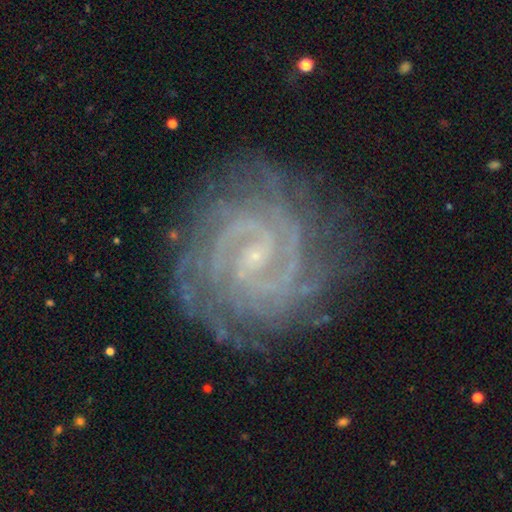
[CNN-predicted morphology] Smooth or featured?
  - featured or disk: 91% *
  - star or artifact: 5%
  - smooth: 3%
Edge-on disk?
  - no: 98% *
  - yes: 2%
Bar?
  - weak: 49% *
  - no: 29%
  - strong: 22%
Spiral arms?
  - yes: 99% *
  - no: 1%
Spiral winding?
  - tight: 78% *
  - medium: 19%
  - loose: 3%
Spiral arm count?
  - 2: 52% *
  - 3: 13%
  - can't tell: 12%
  - 4: 10%
  - more than 4: 7%
  - 1: 6%
Bulge size?
  - small: 83% *
  - moderate: 9%
  - none: 7%
  - large: 1%
  - dominant: 1%
Merging?
  - none: 81% *
  - minor disturbance: 13%
  - major disturbance: 5%
  - merger: 1%